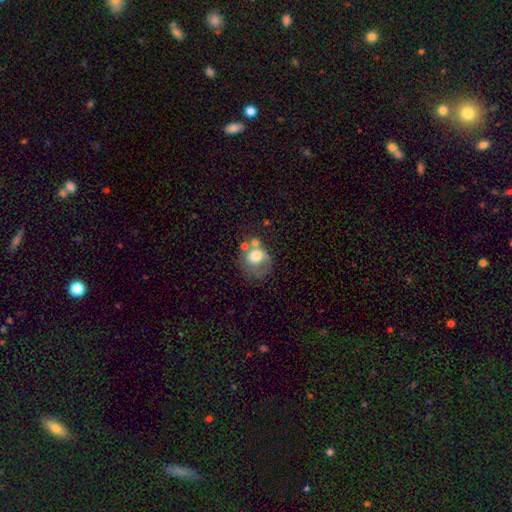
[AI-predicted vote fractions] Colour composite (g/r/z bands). It shows a smooth galaxy with no disk features (60%) that is round (64%). Merging: none (30%).